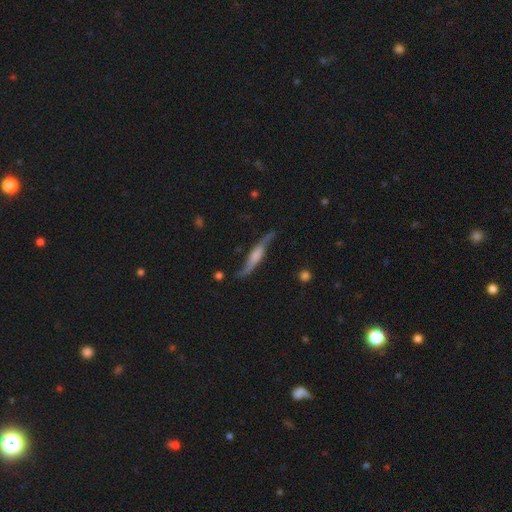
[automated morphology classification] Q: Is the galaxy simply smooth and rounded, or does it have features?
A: featured or disk — 74%.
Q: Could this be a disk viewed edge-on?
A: yes — 56%.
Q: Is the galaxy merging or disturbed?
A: none — 65%.